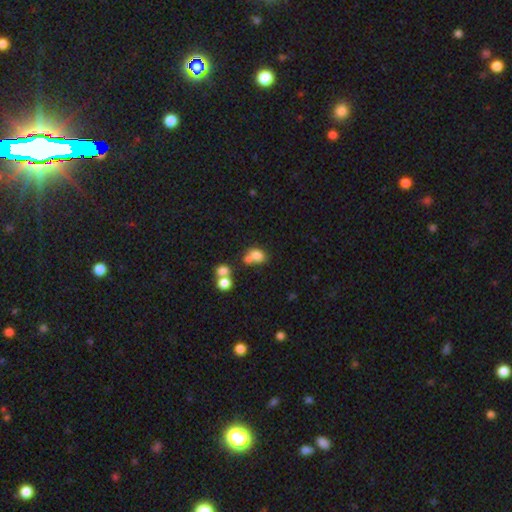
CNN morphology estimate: The model was most divided on "merging": none: 43%, merger: 40%, minor disturbance: 12%, major disturbance: 6%. More confident: smooth or featured — smooth (74%); how rounded — in between (53%).